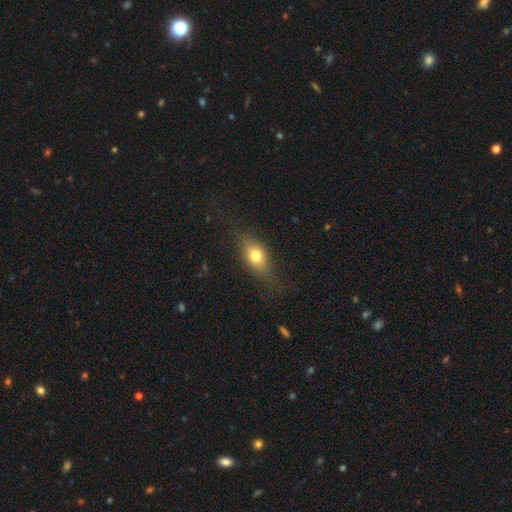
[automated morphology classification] smooth_or_featured: smooth (p=0.71) [alt: featured or disk p=0.20]
how_rounded: in between (p=0.74) [alt: round p=0.16]
merging: none (p=0.74) [alt: minor disturbance p=0.17]